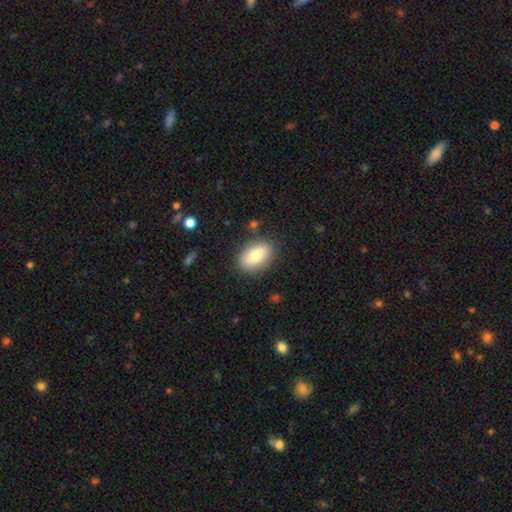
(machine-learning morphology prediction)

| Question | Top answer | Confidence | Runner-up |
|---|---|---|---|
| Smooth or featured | smooth | 79% | featured or disk (14%) |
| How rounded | in between | 89% | round (8%) |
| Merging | none | 84% | minor disturbance (11%) |